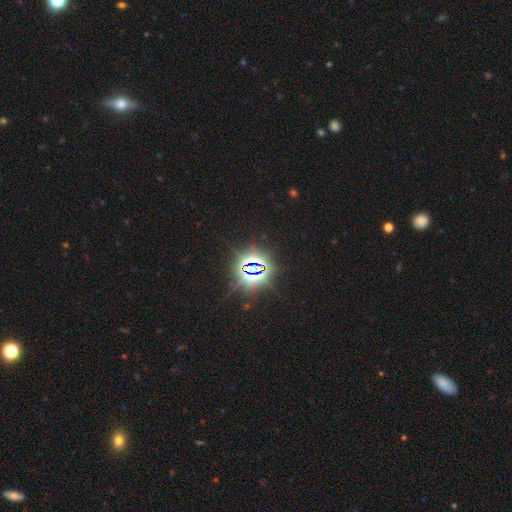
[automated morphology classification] Smooth or featured? Predicted: star or artifact (p=0.81).